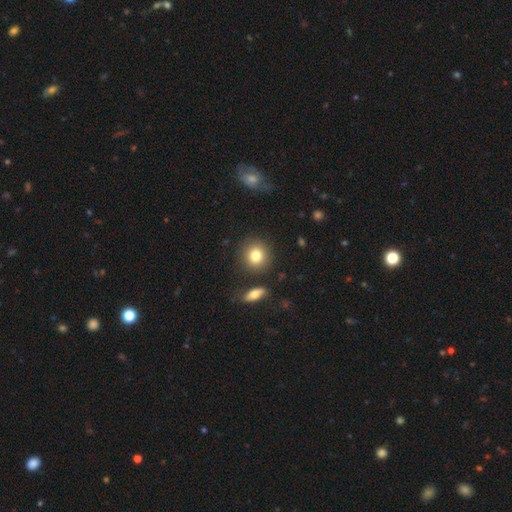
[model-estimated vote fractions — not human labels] Smooth or featured?
  - smooth: 81% *
  - featured or disk: 10%
  - star or artifact: 9%
How rounded?
  - round: 86% *
  - in between: 13%
  - cigar-shaped: 1%
Merging?
  - none: 86% *
  - minor disturbance: 8%
  - merger: 4%
  - major disturbance: 3%